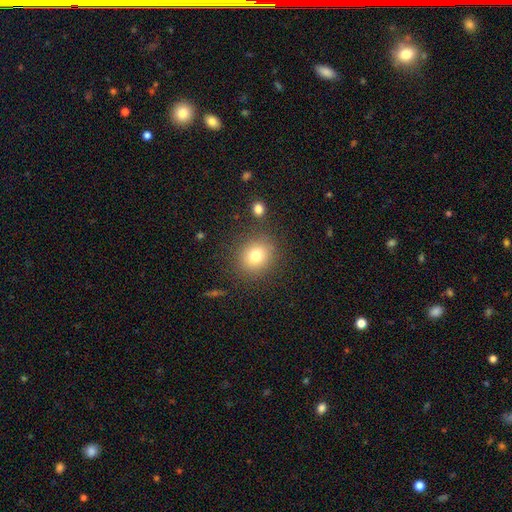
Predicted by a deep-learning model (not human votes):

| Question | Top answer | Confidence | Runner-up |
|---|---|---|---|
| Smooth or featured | smooth | 78% | star or artifact (12%) |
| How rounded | round | 78% | in between (21%) |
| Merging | none | 84% | minor disturbance (9%) |